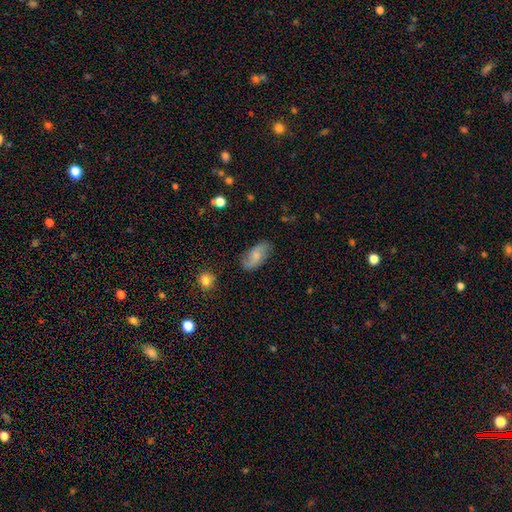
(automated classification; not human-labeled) A featured or disk galaxy (47%). Merging: none (75%).